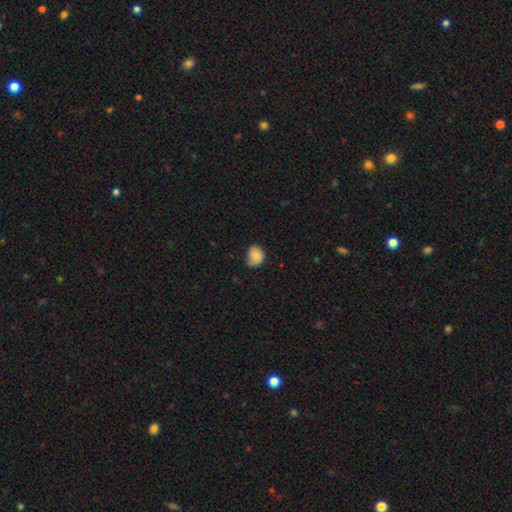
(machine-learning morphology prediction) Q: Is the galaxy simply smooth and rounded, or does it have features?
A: smooth — 78%.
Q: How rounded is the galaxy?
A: round — 61%.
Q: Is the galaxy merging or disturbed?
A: none — 53%.